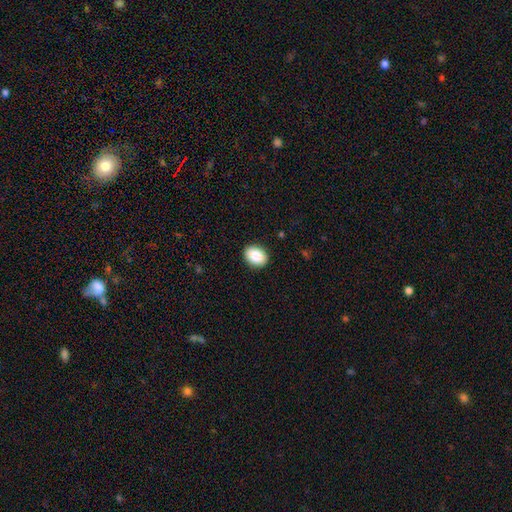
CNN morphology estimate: Smooth or featured? Predicted: smooth (p=0.87). How rounded? Predicted: in between (p=0.71). Merging? Predicted: none (p=0.91).